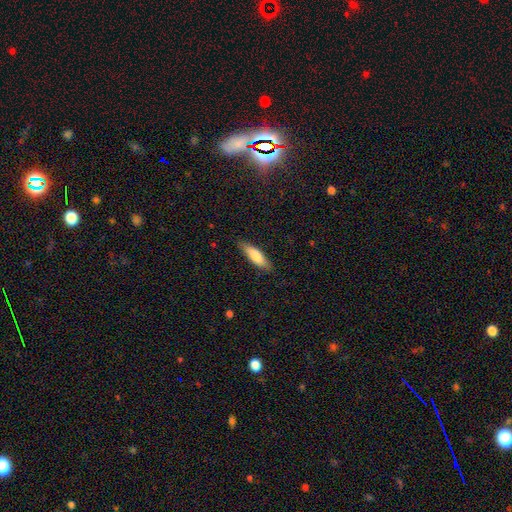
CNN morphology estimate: This is likely a smooth galaxy (77%). How rounded: possibly cigar-shaped (57%). Merging: clearly none (84%).